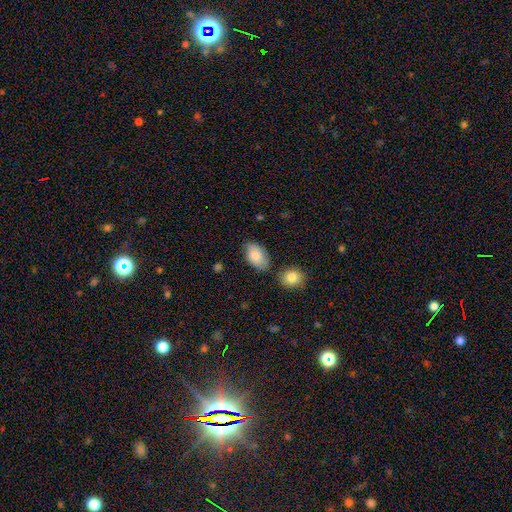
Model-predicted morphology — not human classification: smooth 83%, featured or disk 10%, star or artifact 7%. Down the decision tree: how rounded — in between (93%); merging — none (71%).